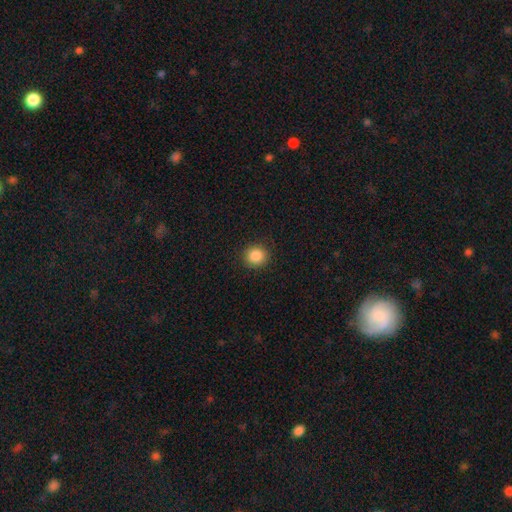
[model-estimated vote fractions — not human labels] Smooth or featured?
  - smooth: 86% *
  - star or artifact: 10%
  - featured or disk: 4%
How rounded?
  - round: 86% *
  - in between: 13%
  - cigar-shaped: 1%
Merging?
  - none: 91% *
  - minor disturbance: 6%
  - major disturbance: 2%
  - merger: 1%